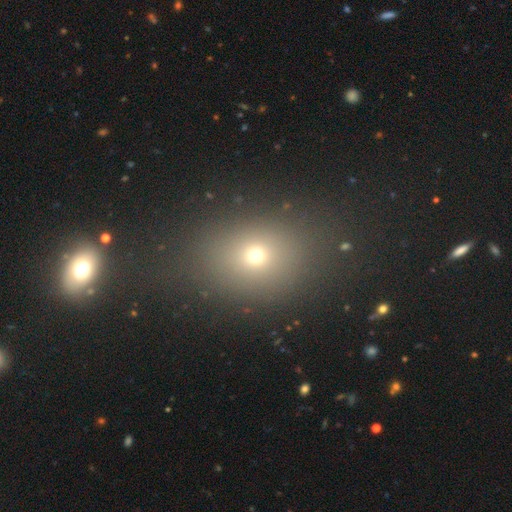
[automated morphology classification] A smooth galaxy with no disk features (64%) that is in between round and cigar-shaped (52%).

Vote fractions:
- Smooth or featured? smooth: 64% / star or artifact: 25% / featured or disk: 12%
- How rounded? in between: 52% / round: 46% / cigar-shaped: 2%
- Merging? none: 80% / minor disturbance: 9% / merger: 6% / major disturbance: 5%